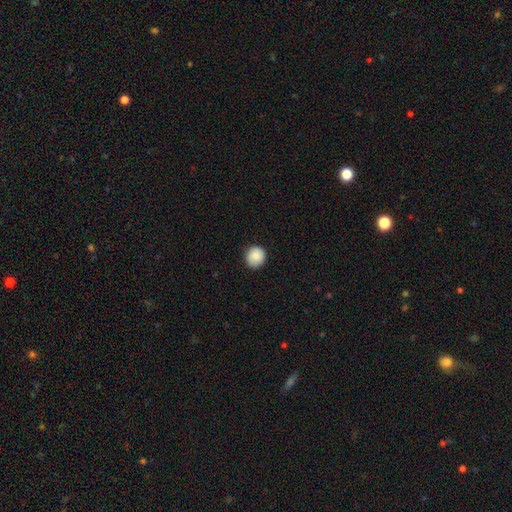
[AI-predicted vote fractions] The model was most divided on "how rounded": round: 89%, in between: 10%, cigar-shaped: 1%. More confident: merging — none (88%); smooth or featured — smooth (86%).